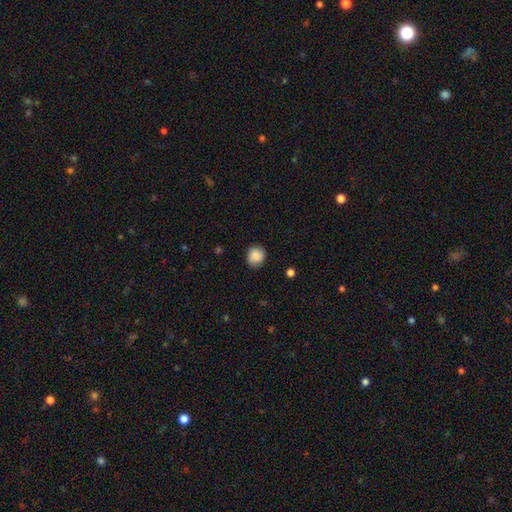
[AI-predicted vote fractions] Smooth or featured? smooth (86%)
How rounded? round (80%)
Merging? none (79%)